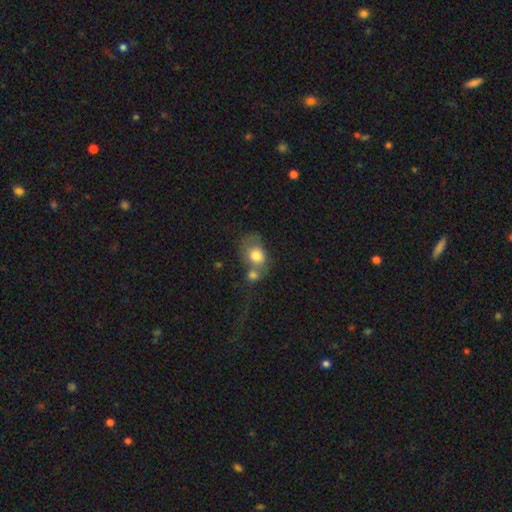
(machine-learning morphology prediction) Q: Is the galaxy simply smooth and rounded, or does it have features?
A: smooth — 76%.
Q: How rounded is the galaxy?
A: round — 54%.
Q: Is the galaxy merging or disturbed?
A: merger — 51%.